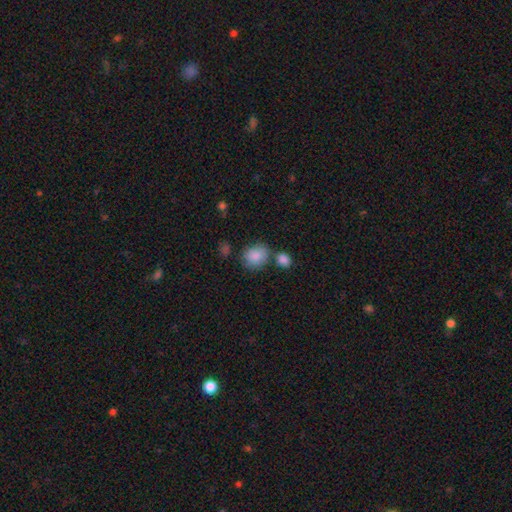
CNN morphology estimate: Smooth or featured: smooth — 87% (star or artifact — 7%)
How rounded: round — 56% (in between — 43%)
Merging: none — 60% (minor disturbance — 18%)